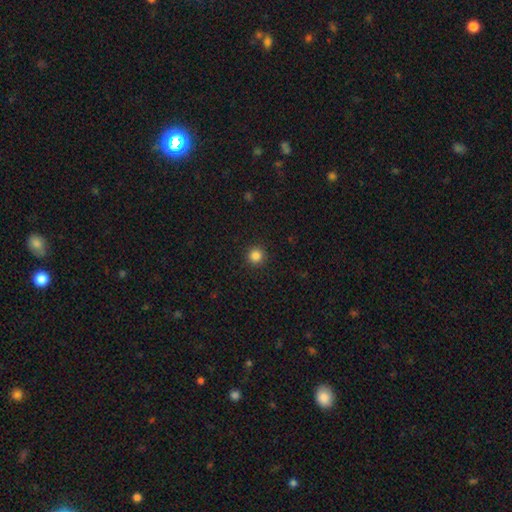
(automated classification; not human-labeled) Smooth or featured: smooth — 85% (star or artifact — 12%)
How rounded: round — 95% (in between — 4%)
Merging: none — 92% (minor disturbance — 5%)